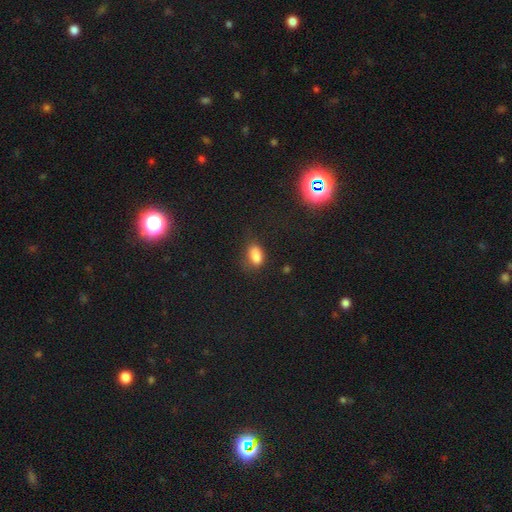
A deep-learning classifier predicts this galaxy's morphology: Overall: smooth (82%). How rounded: in between (86%). Merging: none (56%; minor disturbance 28%).